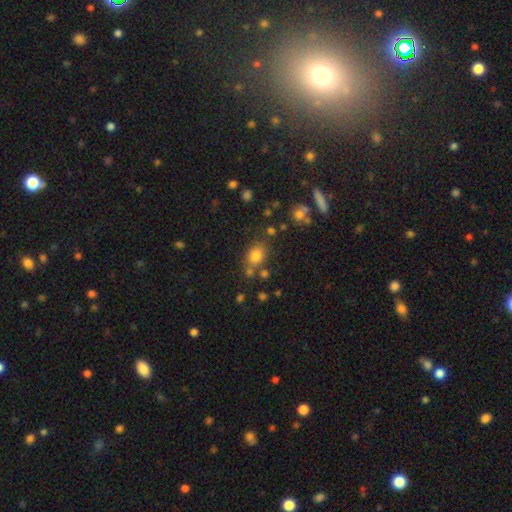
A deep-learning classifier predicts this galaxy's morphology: Q: Smooth or featured?
A: smooth (78%); runner-up: star or artifact (14%)
Q: How rounded?
A: in between (58%); runner-up: round (41%)
Q: Merging?
A: none (69%); runner-up: minor disturbance (15%)